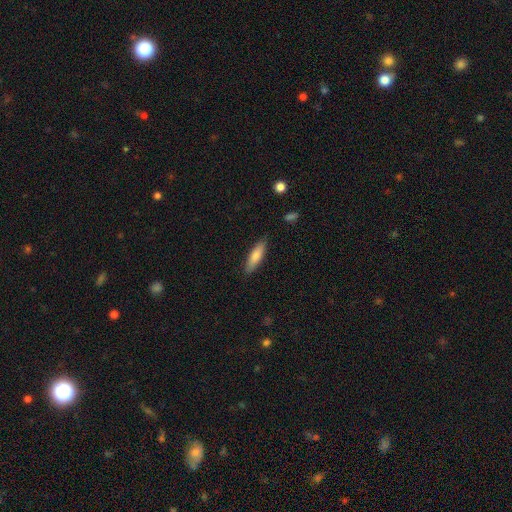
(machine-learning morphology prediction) The model was most divided on "how rounded": cigar-shaped: 62%, in between: 36%, round: 2%. More confident: merging — none (86%); smooth or featured — smooth (77%).